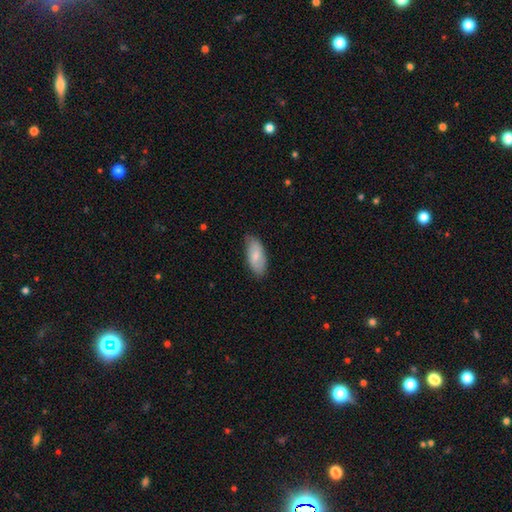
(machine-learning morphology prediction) Smooth or featured? smooth (73%)
How rounded? in between (89%)
Merging? none (77%)